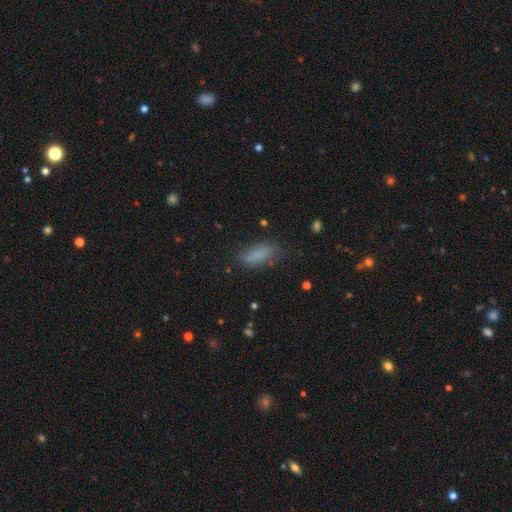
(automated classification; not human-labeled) Smooth or featured: smooth — 82% (star or artifact — 10%)
How rounded: in between — 75% (cigar-shaped — 22%)
Merging: none — 76% (minor disturbance — 16%)